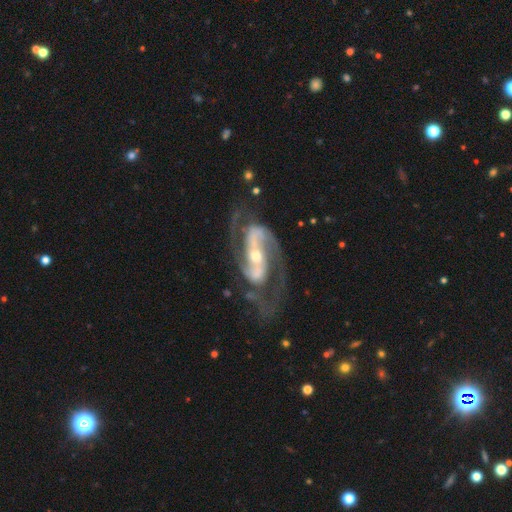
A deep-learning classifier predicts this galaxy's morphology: Smooth or featured? featured or disk (92%)
Edge-on disk? no (97%)
Bar? strong (45%)
Spiral arms? yes (97%)
Spiral winding? medium (57%)
Spiral arm count? 2 (86%)
Bulge size? moderate (57%)
Merging? none (60%)